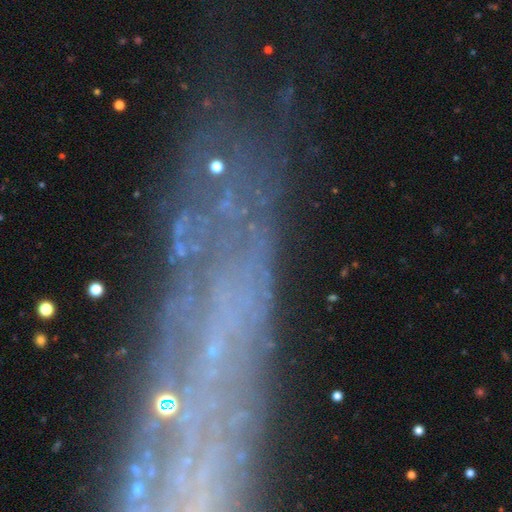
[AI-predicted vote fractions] A featured or disk galaxy (41%).

Vote fractions:
- Smooth or featured? featured or disk: 41% / star or artifact: 40% / smooth: 19%
- Merging? none: 57% / major disturbance: 18% / minor disturbance: 18% / merger: 6%